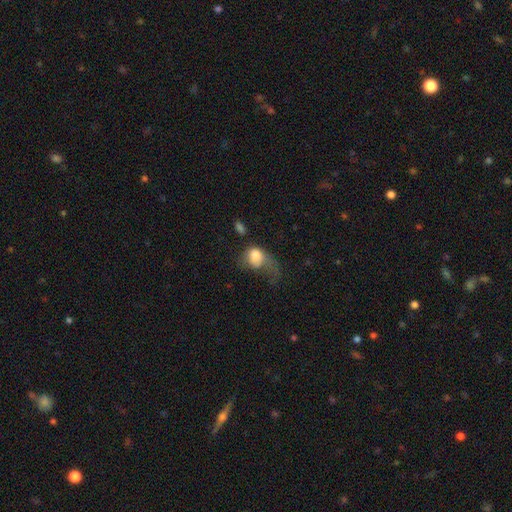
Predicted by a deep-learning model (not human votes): Smooth or featured? Predicted: smooth (p=0.70). How rounded? Predicted: in between (p=0.58). Merging? Predicted: major disturbance (p=0.63).